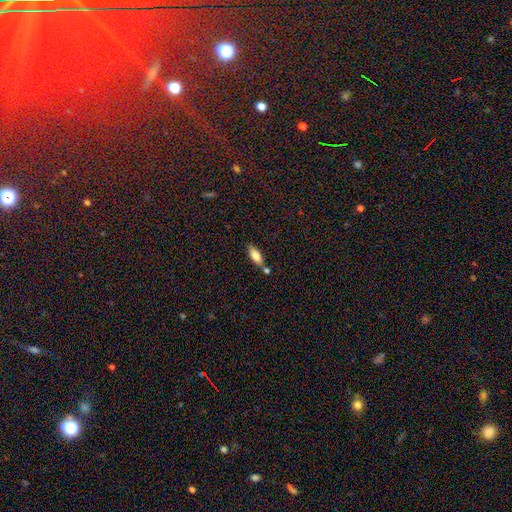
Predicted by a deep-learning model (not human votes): This appears to be a smooth galaxy with no disk features (77%) that is in between round and cigar-shaped (74%). Merging: none (64%).